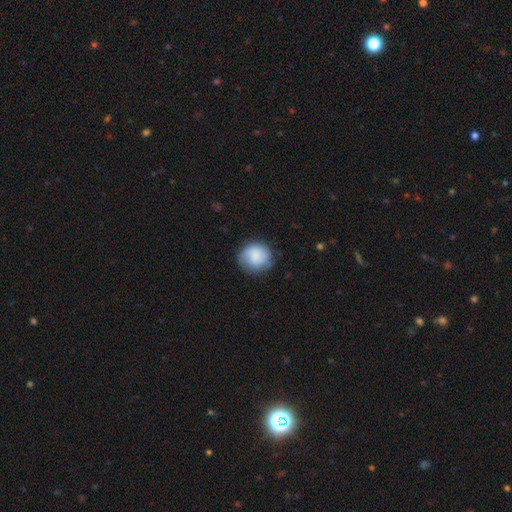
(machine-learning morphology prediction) A smooth galaxy with no disk features (82%) that is round (86%).

Vote fractions:
- Smooth or featured? smooth: 82% / featured or disk: 11% / star or artifact: 7%
- How rounded? round: 86% / in between: 13% / cigar-shaped: 1%
- Merging? none: 77% / minor disturbance: 17% / major disturbance: 4% / merger: 1%